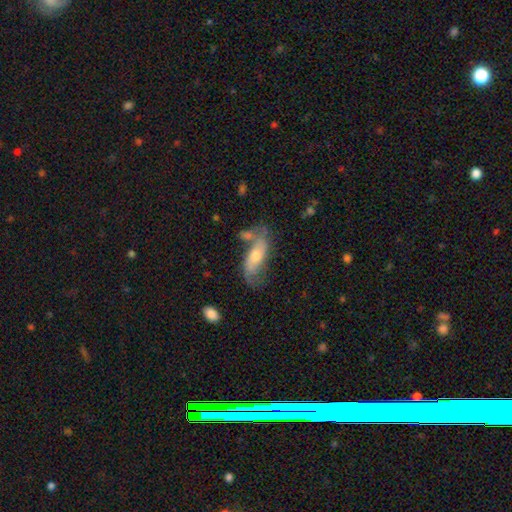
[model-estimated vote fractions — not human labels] Smooth or featured? featured or disk (51%)
Edge-on disk? no (78%)
Merging? none (49%)